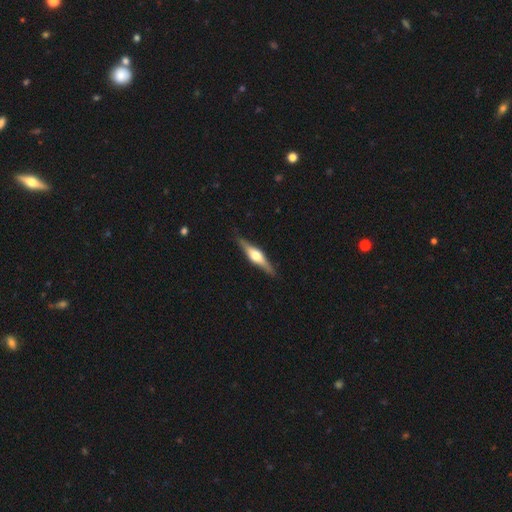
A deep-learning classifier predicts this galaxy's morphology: smooth-or-featured: featured or disk: 70% | smooth: 25% | star or artifact: 5%
  disk-edge-on: yes: 97% | no: 3%
    edge-on-bulge: rounded: 91% | boxy: 6% | none: 2%
  merging: none: 88% | minor disturbance: 9% | major disturbance: 2% | merger: 1%